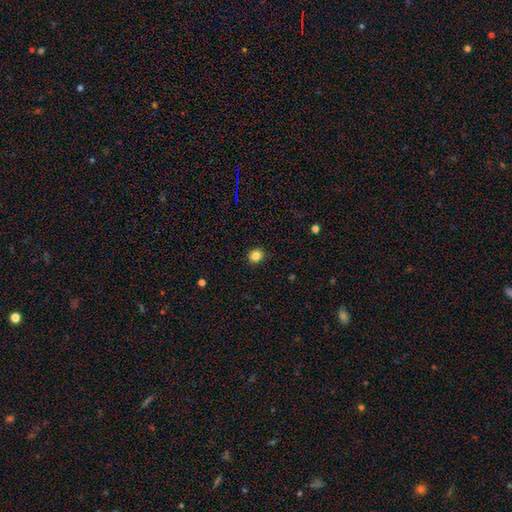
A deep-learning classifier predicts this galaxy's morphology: Smooth or featured? Predicted: smooth (p=0.84). How rounded? Predicted: round (p=0.77). Merging? Predicted: none (p=0.89).